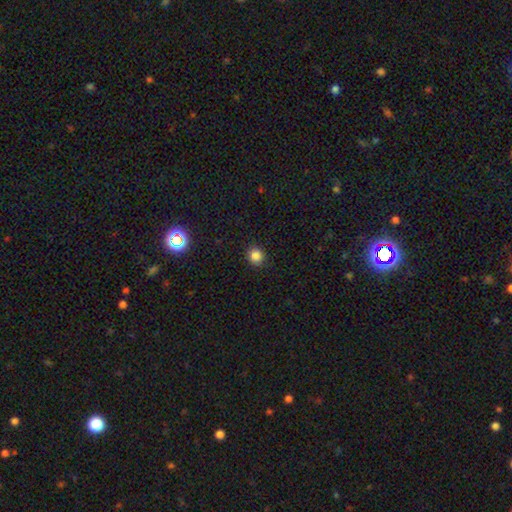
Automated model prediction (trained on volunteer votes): This appears to be a smooth galaxy with no disk features (84%) that is round (82%). Merging: none (88%).